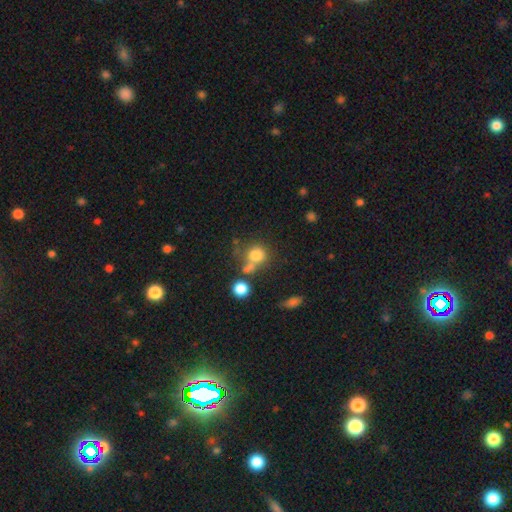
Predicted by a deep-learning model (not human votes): Smooth or featured: smooth — 76% (star or artifact — 14%)
How rounded: round — 83% (in between — 16%)
Merging: none — 51% (merger — 28%)